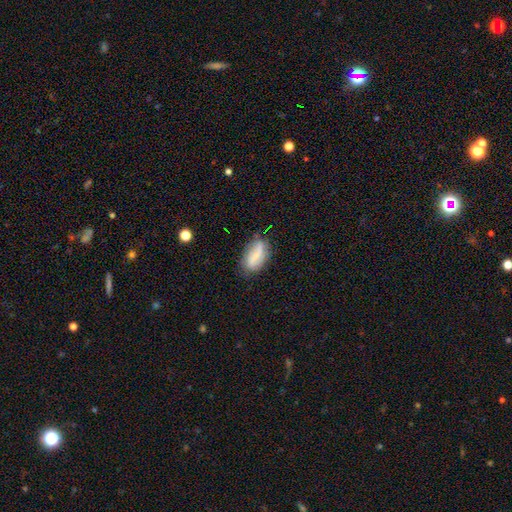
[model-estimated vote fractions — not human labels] smooth_or_featured: smooth (p=0.49) [alt: featured or disk p=0.43]
merging: none (p=0.67) [alt: minor disturbance p=0.23]